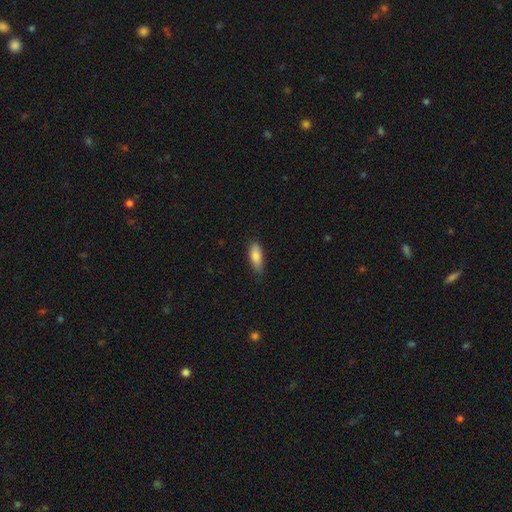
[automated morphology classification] Overall: smooth (84%). How rounded: in between (72%). Merging: none (75%).